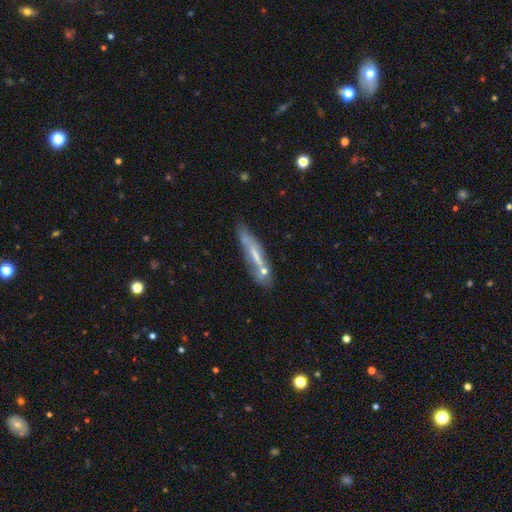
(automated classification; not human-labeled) The model was most divided on "smooth or featured": featured or disk: 49%, smooth: 43%, star or artifact: 8%. More confident: merging — none (56%).